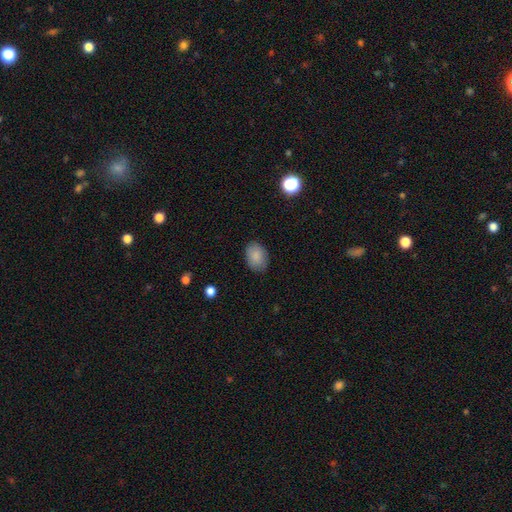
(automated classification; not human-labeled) The model was most divided on "how rounded": in between: 80%, round: 19%, cigar-shaped: 1%. More confident: smooth or featured — smooth (87%); merging — none (84%).